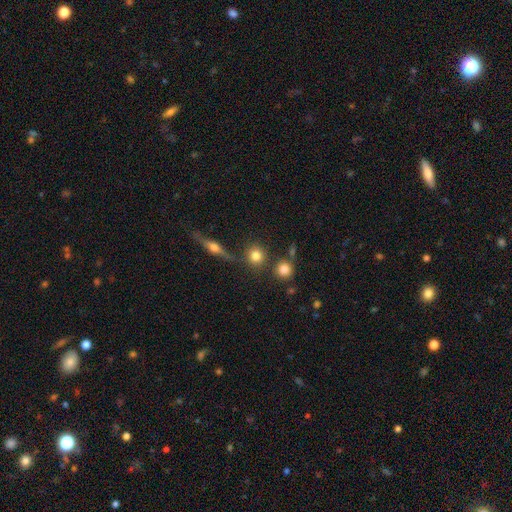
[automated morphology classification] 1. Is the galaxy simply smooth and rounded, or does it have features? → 79% smooth, 11% star or artifact, 10% featured or disk.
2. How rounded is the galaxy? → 90% round, 8% in between, 2% cigar-shaped.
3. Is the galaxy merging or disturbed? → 78% none, 11% merger, 8% minor disturbance, 3% major disturbance.